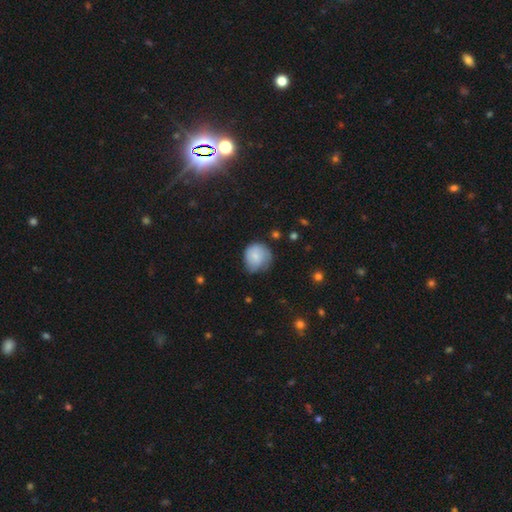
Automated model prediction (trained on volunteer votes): smooth-or-featured: smooth: 76% | featured or disk: 16% | star or artifact: 7%
  how-rounded: round: 80% | in between: 19% | cigar-shaped: 1%
  merging: none: 46% | minor disturbance: 40% | major disturbance: 12% | merger: 2%